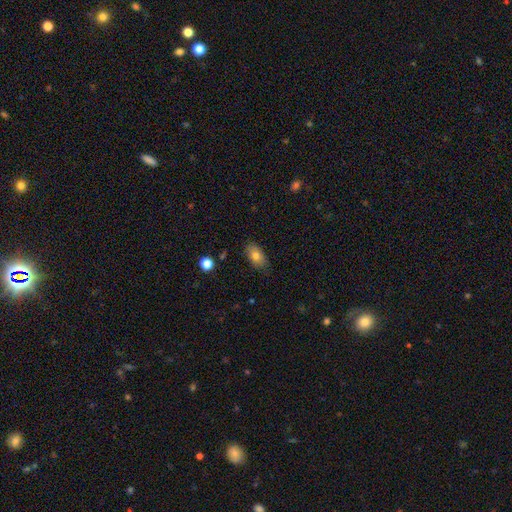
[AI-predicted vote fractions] This is likely a smooth galaxy (78%). How rounded: clearly in between (88%). Merging: clearly none (80%).